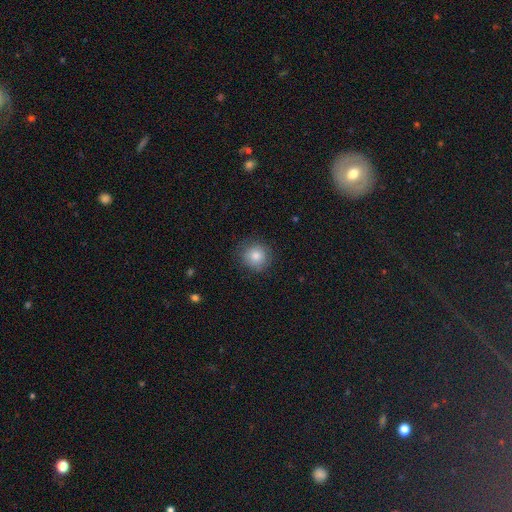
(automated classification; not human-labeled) Smooth or featured? Predicted: smooth (p=0.83). How rounded? Predicted: round (p=0.91). Merging? Predicted: none (p=0.84).